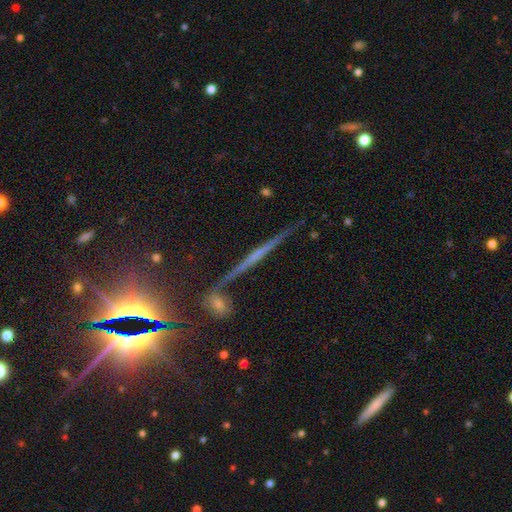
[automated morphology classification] Smooth or featured? Predicted: featured or disk (p=0.66). Edge-on disk? Predicted: yes (p=0.95). Edge-on bulge? Predicted: none (p=0.60). Merging? Predicted: none (p=0.81).